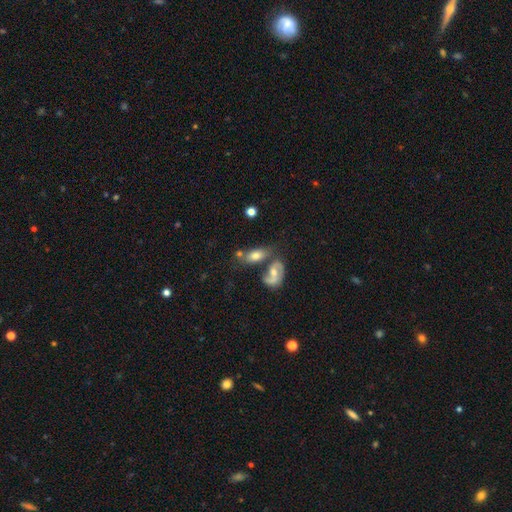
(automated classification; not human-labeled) Morphology: type=smooth (65%); roundness=in between (86%); merging=none (44%).